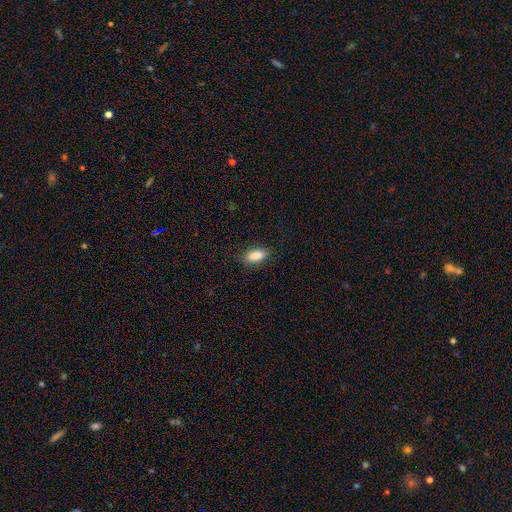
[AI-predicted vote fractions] smooth-or-featured: smooth: 87% | star or artifact: 8% | featured or disk: 6%
  how-rounded: in between: 85% | cigar-shaped: 11% | round: 4%
  merging: none: 83% | minor disturbance: 12% | major disturbance: 3% | merger: 1%